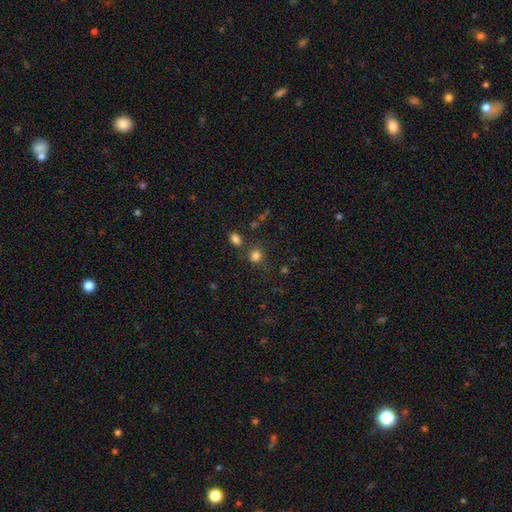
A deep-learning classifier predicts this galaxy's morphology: Smooth or featured? Predicted: smooth (p=0.81). How rounded? Predicted: round (p=0.69). Merging? Predicted: none (p=0.71).